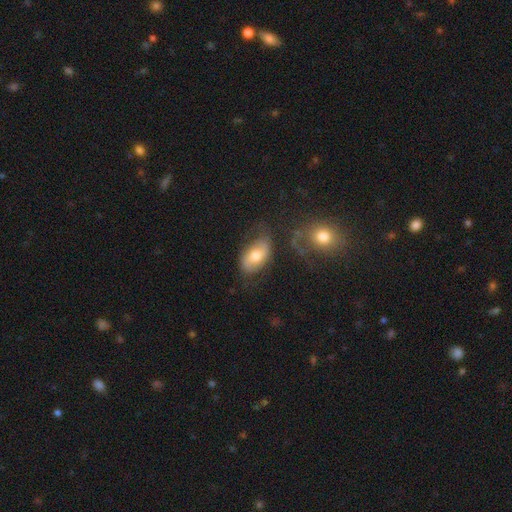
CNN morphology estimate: This is possibly a smooth galaxy (54%). How rounded: clearly in between (90%). Merging: possibly none (59%).